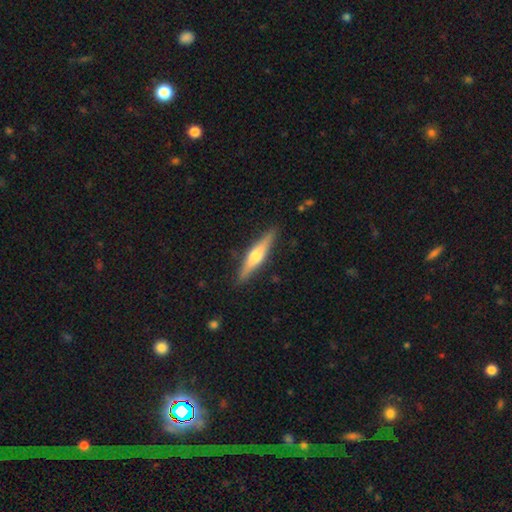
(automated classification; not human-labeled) Smooth or featured?
  - featured or disk: 60% *
  - smooth: 34%
  - star or artifact: 5%
Edge-on disk?
  - yes: 97% *
  - no: 3%
Edge-on bulge?
  - rounded: 89% *
  - boxy: 7%
  - none: 5%
Merging?
  - none: 90% *
  - minor disturbance: 8%
  - major disturbance: 2%
  - merger: 1%